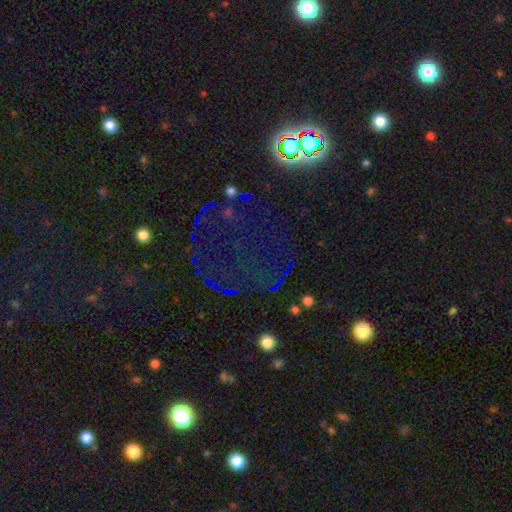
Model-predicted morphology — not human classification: smooth_or_featured: star or artifact (p=0.76) [alt: smooth p=0.16]